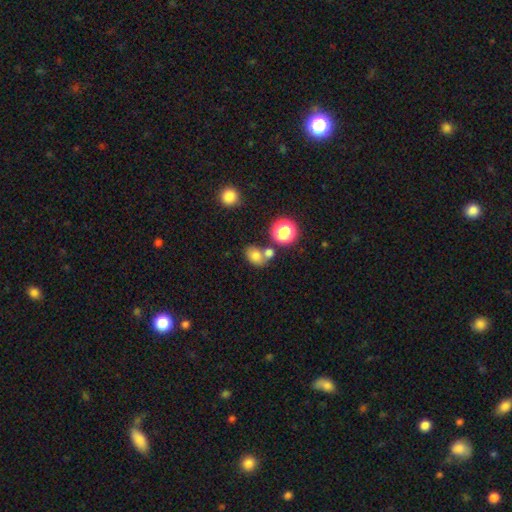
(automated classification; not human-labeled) Morphology: type=smooth (75%); roundness=in between (62%); merging=none (53%).